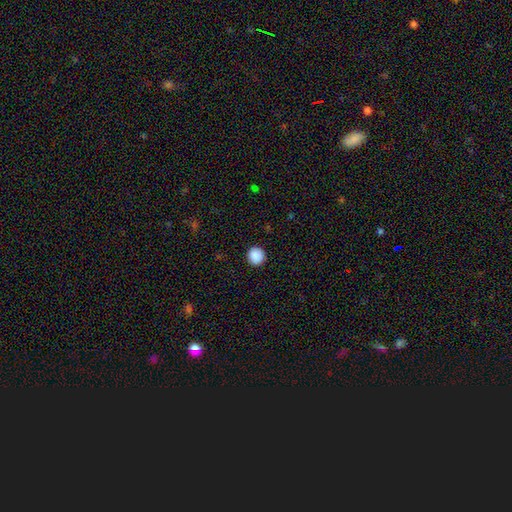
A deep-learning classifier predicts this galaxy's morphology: Smooth or featured?
  - smooth: 89% *
  - star or artifact: 8%
  - featured or disk: 2%
How rounded?
  - round: 93% *
  - in between: 6%
  - cigar-shaped: 1%
Merging?
  - none: 92% *
  - minor disturbance: 5%
  - major disturbance: 2%
  - merger: 1%